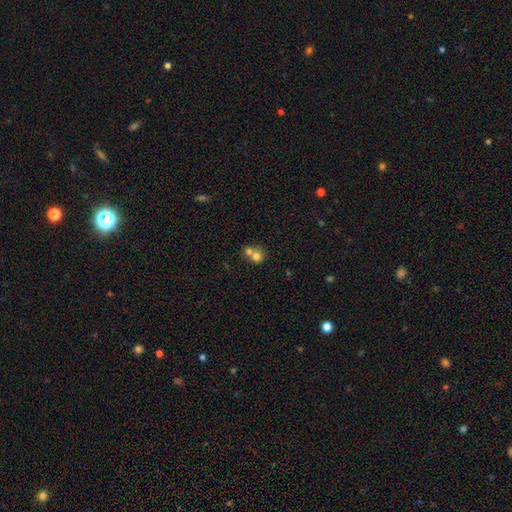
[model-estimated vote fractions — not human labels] This appears to be a smooth galaxy with no disk features (73%) that is round (81%). Merging: merger (59%).